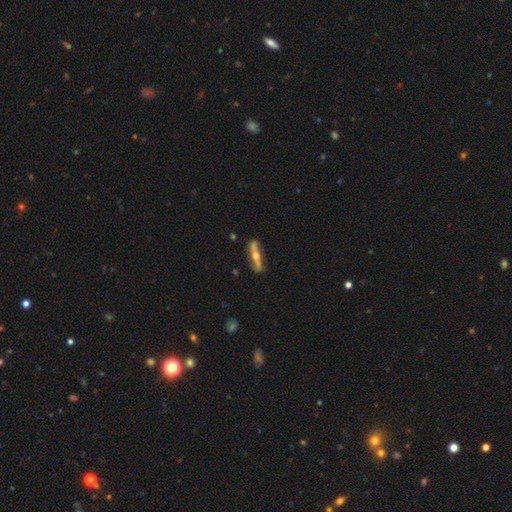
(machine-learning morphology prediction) Overall: featured or disk (72%). Edge-on disk: yes (73%). Edge-on bulge: rounded (93%). Merging: none (81%).